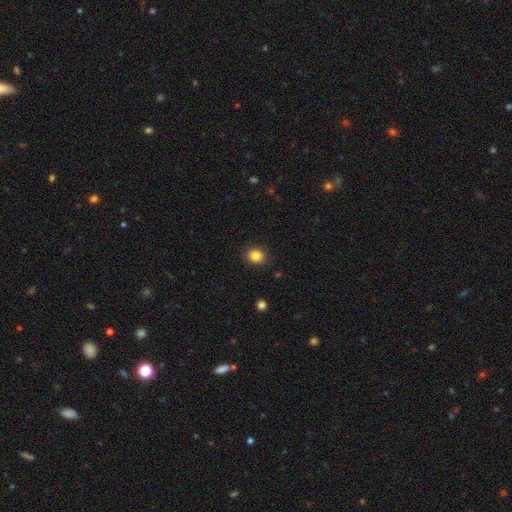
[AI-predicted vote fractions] Morphology: type=smooth (84%); roundness=round (64%); merging=none (89%).